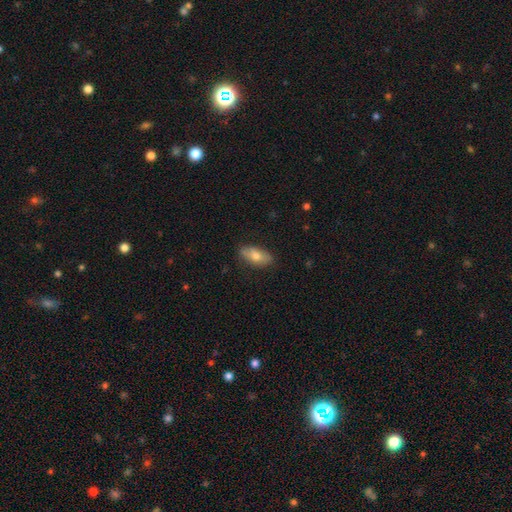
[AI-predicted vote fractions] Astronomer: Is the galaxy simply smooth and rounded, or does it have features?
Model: smooth — 72%.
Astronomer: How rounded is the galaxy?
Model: in between — 87%.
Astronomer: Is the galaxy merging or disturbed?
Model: none — 81%.